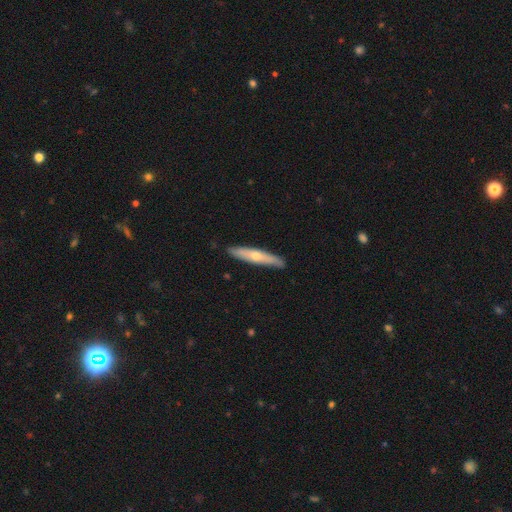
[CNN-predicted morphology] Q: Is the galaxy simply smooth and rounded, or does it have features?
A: featured or disk — 51%.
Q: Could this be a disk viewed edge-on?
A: yes — 85%.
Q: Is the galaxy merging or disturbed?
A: none — 88%.